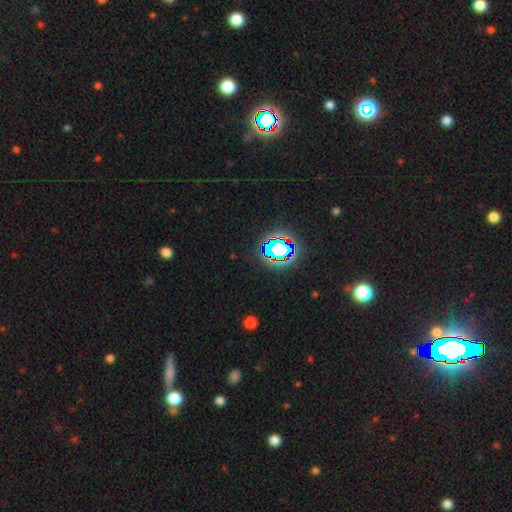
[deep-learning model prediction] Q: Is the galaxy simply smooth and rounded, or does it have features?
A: star or artifact — 79%.